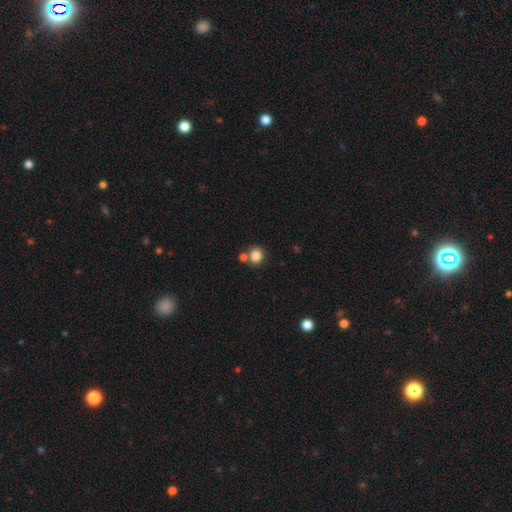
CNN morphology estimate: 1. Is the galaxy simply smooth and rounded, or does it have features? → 84% smooth, 10% star or artifact, 6% featured or disk.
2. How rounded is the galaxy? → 80% round, 19% in between, 1% cigar-shaped.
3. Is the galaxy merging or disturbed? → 65% none, 22% merger, 9% minor disturbance, 3% major disturbance.